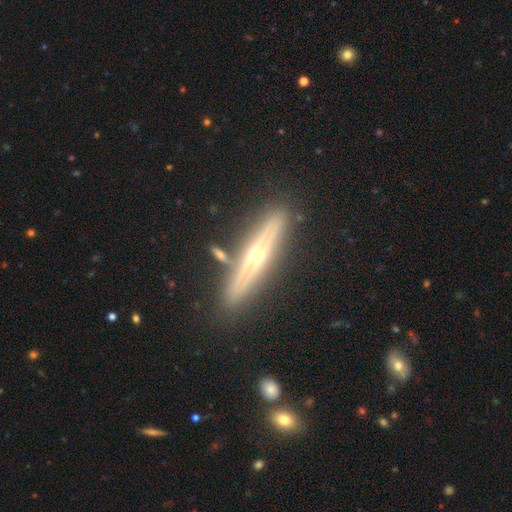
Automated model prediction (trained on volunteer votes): The model was most divided on "smooth or featured": featured or disk: 73%, smooth: 19%, star or artifact: 7%. More confident: edge-on disk — yes (91%); edge-on bulge — rounded (84%); merging — none (84%).